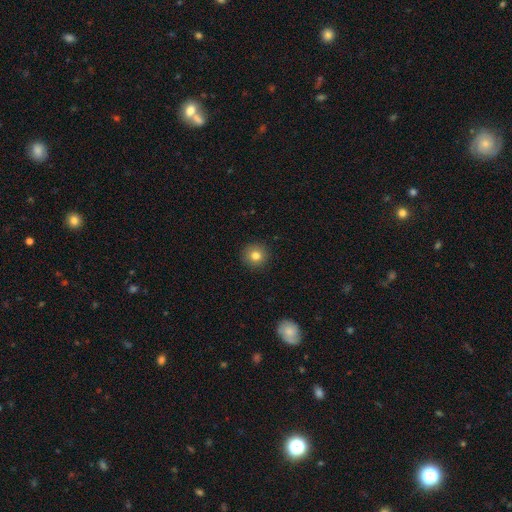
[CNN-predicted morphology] Overall: smooth (81%). How rounded: round (95%). Merging: none (92%).